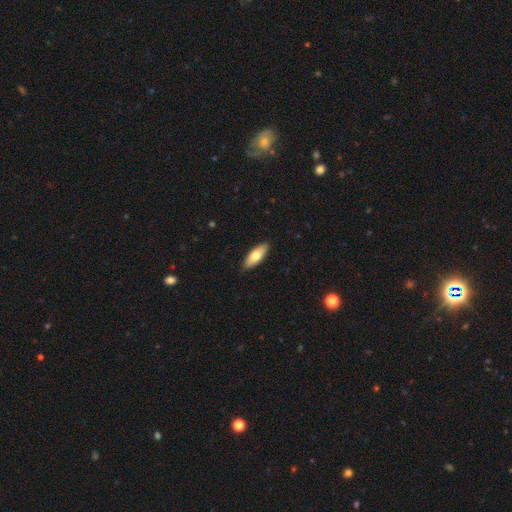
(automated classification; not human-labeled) smooth 71%, featured or disk 24%, star or artifact 6%. Down the decision tree: how rounded — in between (77%); merging — none (89%).